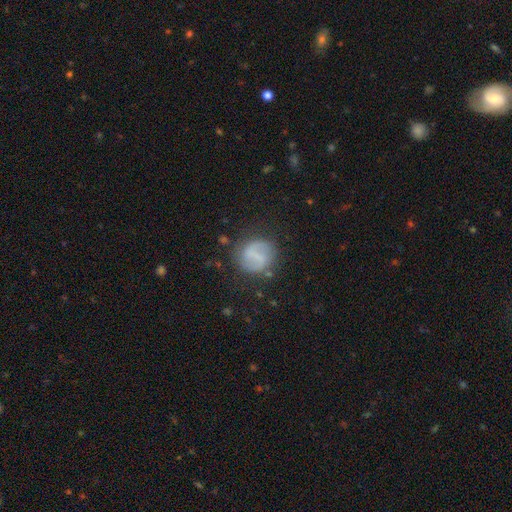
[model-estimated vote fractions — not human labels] Q: Smooth or featured?
A: featured or disk (53%); runner-up: smooth (38%)
Q: Edge-on disk?
A: no (97%); runner-up: yes (3%)
Q: Bar?
A: weak (42%); runner-up: strong (38%)
Q: Spiral arms?
A: yes (77%); runner-up: no (23%)
Q: Bulge size?
A: none (54%); runner-up: small (31%)
Q: Merging?
A: none (76%); runner-up: minor disturbance (15%)